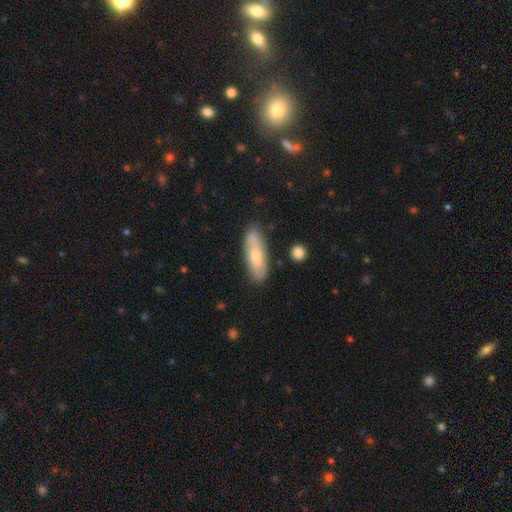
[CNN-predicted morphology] A smooth galaxy with no disk features (61%) that is in between round and cigar-shaped (54%). Merging: none (79%).